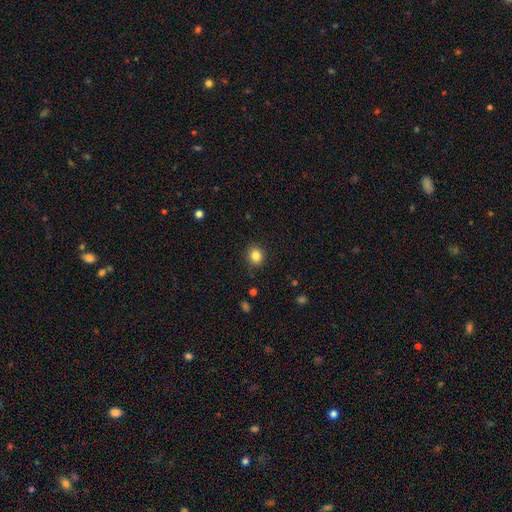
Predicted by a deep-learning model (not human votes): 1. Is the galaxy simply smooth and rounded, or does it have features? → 84% smooth, 11% star or artifact, 6% featured or disk.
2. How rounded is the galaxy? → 74% round, 25% in between, 1% cigar-shaped.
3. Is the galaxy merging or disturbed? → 88% none, 8% minor disturbance, 2% major disturbance, 1% merger.